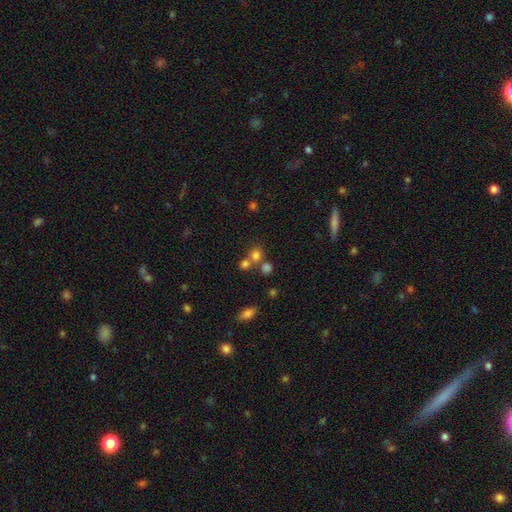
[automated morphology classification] type=smooth (74%); roundness=round (81%); merging=none (52%).